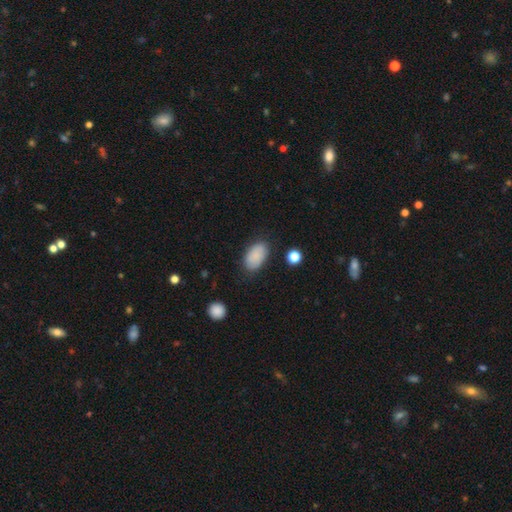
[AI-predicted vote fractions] A smooth galaxy with no disk features (86%) that is in between round and cigar-shaped (93%).

Vote fractions:
- Smooth or featured? smooth: 86% / star or artifact: 7% / featured or disk: 6%
- How rounded? in between: 93% / round: 5% / cigar-shaped: 2%
- Merging? none: 79% / minor disturbance: 15% / major disturbance: 4% / merger: 2%